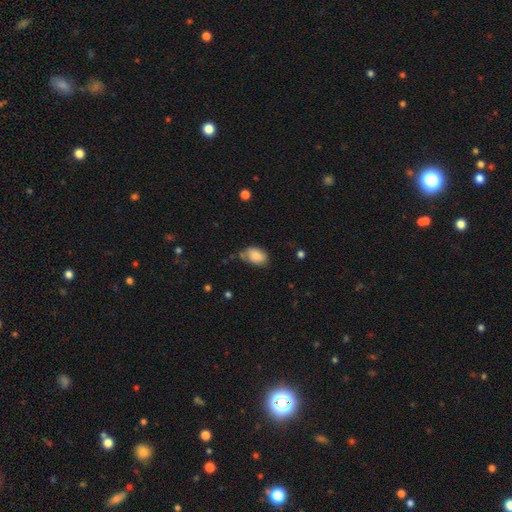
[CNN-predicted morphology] A smooth galaxy with no disk features (85%) that is in between round and cigar-shaped (87%).

Vote fractions:
- Smooth or featured? smooth: 85% / star or artifact: 7% / featured or disk: 7%
- How rounded? in between: 87% / round: 12% / cigar-shaped: 1%
- Merging? none: 57% / minor disturbance: 31% / major disturbance: 7% / merger: 5%